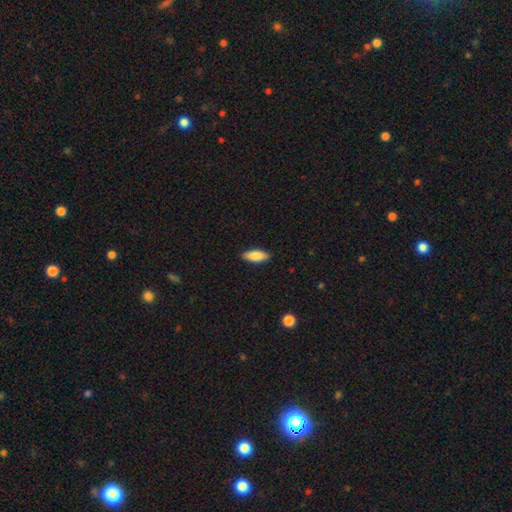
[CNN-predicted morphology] Smooth or featured: smooth — 83% (featured or disk — 11%)
How rounded: in between — 76% (cigar-shaped — 22%)
Merging: none — 88% (minor disturbance — 9%)